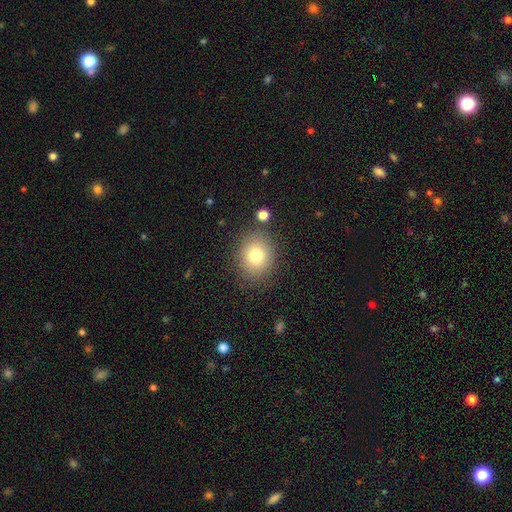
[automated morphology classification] smooth_or_featured: smooth (p=0.79) [alt: star or artifact p=0.11]
how_rounded: round (p=0.71) [alt: in between p=0.28]
merging: none (p=0.83) [alt: minor disturbance p=0.10]